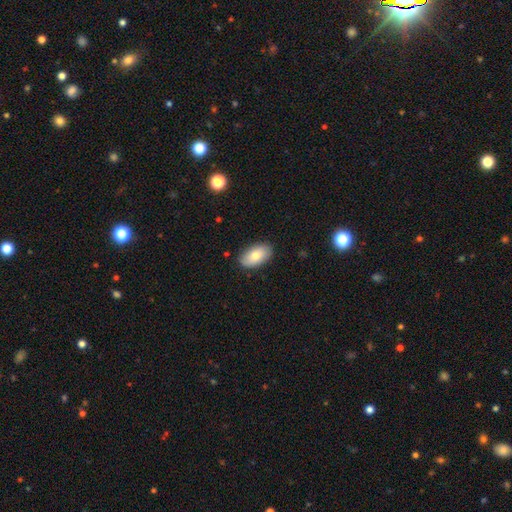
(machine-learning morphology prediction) Q: Smooth or featured?
A: smooth (77%); runner-up: featured or disk (17%)
Q: How rounded?
A: in between (94%); runner-up: round (5%)
Q: Merging?
A: none (85%); runner-up: minor disturbance (11%)